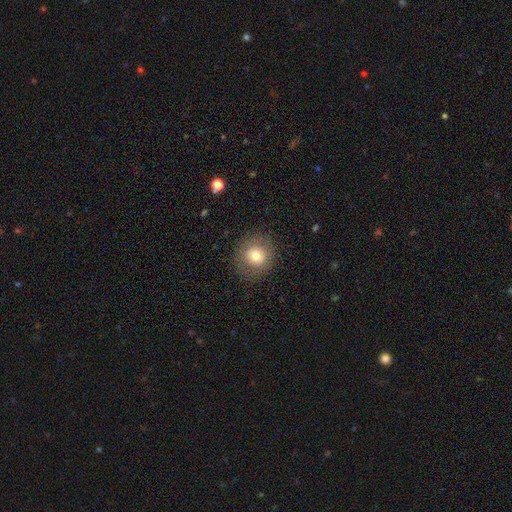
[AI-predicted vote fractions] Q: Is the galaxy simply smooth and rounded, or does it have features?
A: smooth — 74%.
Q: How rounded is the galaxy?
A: round — 89%.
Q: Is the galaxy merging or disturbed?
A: none — 85%.